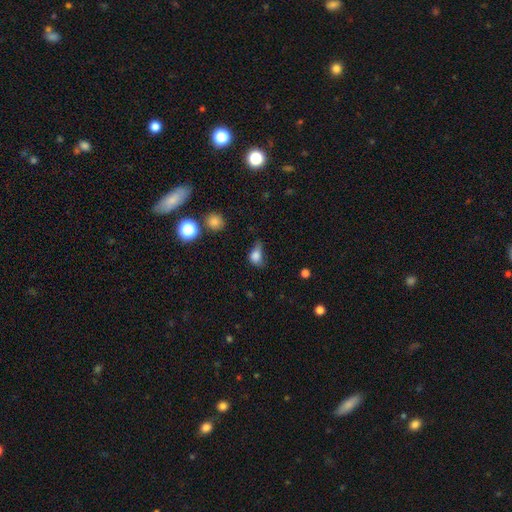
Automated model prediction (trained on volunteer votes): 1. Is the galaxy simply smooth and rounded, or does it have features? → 77% smooth, 12% featured or disk, 11% star or artifact.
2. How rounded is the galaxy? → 65% in between, 32% round, 3% cigar-shaped.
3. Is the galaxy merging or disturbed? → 40% minor disturbance, 29% none, 27% major disturbance, 4% merger.